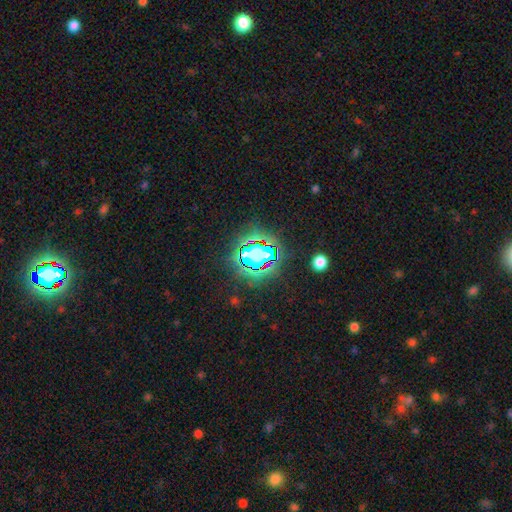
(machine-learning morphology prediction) A star or artifact, not a galaxy (78%).

Vote fractions:
- Smooth or featured? star or artifact: 78% / smooth: 14% / featured or disk: 8%